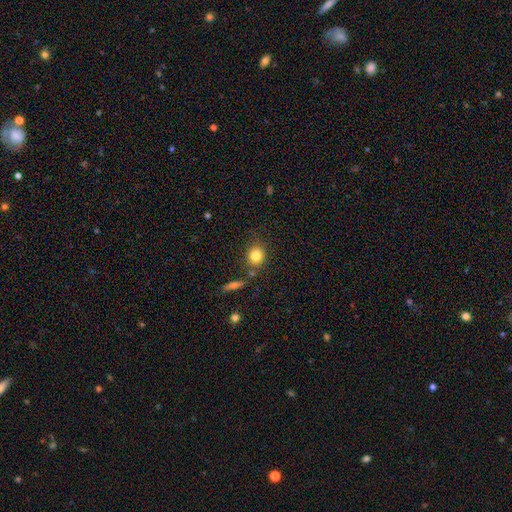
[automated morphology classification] Smooth or featured?
  - smooth: 81% *
  - star or artifact: 10%
  - featured or disk: 8%
How rounded?
  - round: 77% *
  - in between: 22%
  - cigar-shaped: 1%
Merging?
  - none: 76% *
  - minor disturbance: 12%
  - merger: 8%
  - major disturbance: 4%